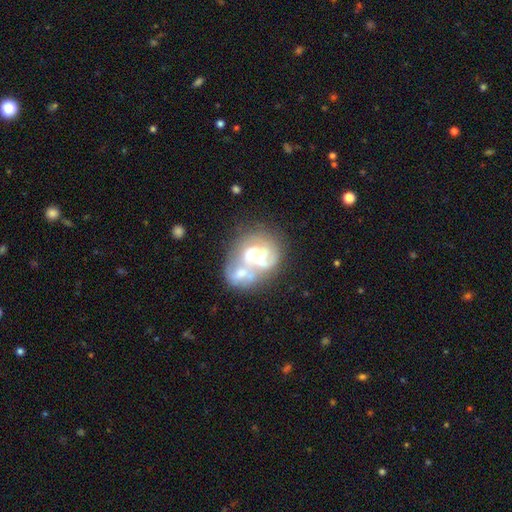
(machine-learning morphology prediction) Overall: featured or disk (65%; smooth 26%). Edge-on disk: no (98%). Bar: no (60%; weak 27%). Spiral arms: yes (56%; no 44%). Bulge size: moderate (35%; none 25%). Merging: merger (58%).